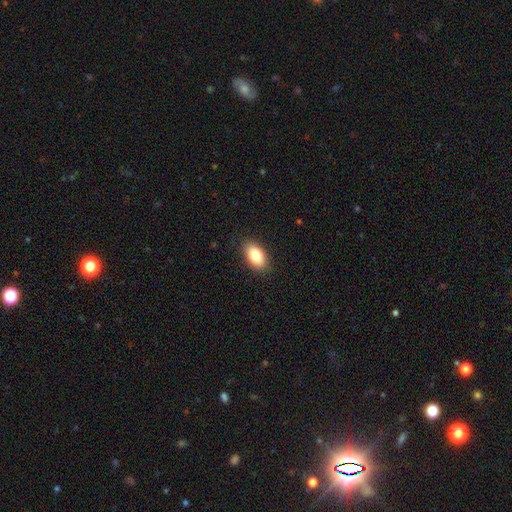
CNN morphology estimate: A smooth galaxy with no disk features (82%) that is in between round and cigar-shaped (92%).

Vote fractions:
- Smooth or featured? smooth: 82% / featured or disk: 11% / star or artifact: 7%
- How rounded? in between: 92% / round: 6% / cigar-shaped: 2%
- Merging? none: 88% / minor disturbance: 9% / major disturbance: 2% / merger: 1%